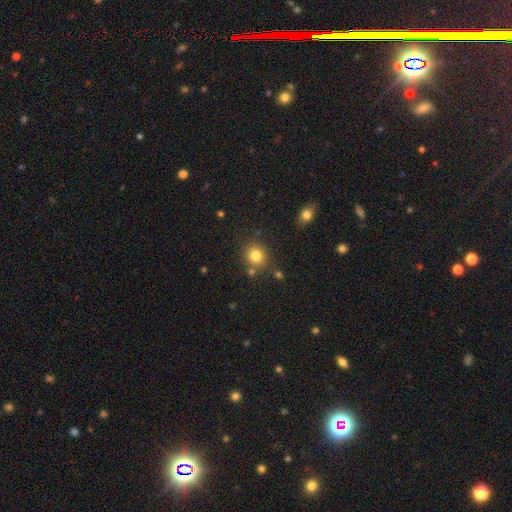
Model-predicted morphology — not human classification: Smooth or featured?
  - smooth: 82% *
  - star or artifact: 12%
  - featured or disk: 6%
How rounded?
  - round: 82% *
  - in between: 17%
  - cigar-shaped: 1%
Merging?
  - none: 79% *
  - minor disturbance: 10%
  - merger: 7%
  - major disturbance: 3%